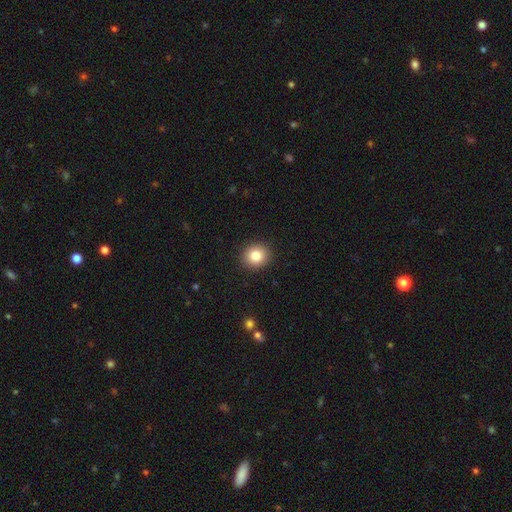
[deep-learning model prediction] Smooth or featured: smooth — 83% (star or artifact — 10%)
How rounded: round — 83% (in between — 17%)
Merging: none — 92% (minor disturbance — 6%)